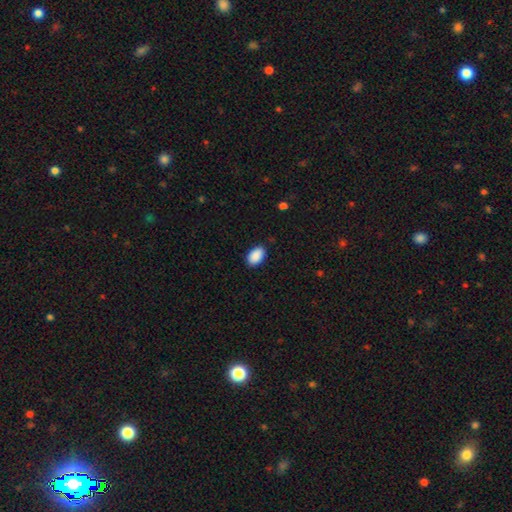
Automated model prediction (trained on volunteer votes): Smooth or featured? Predicted: smooth (p=0.91). How rounded? Predicted: in between (p=0.92). Merging? Predicted: none (p=0.87).